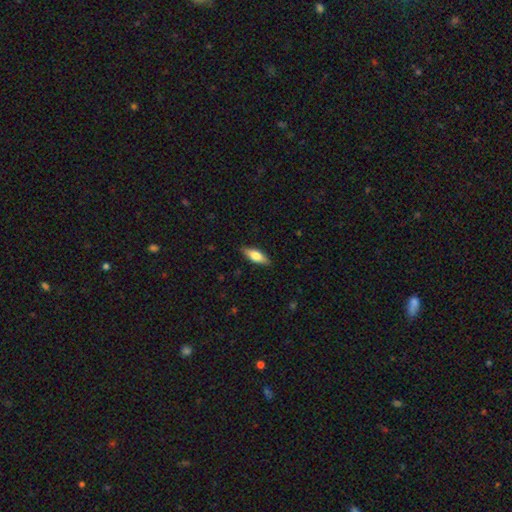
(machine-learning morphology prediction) Q: Smooth or featured?
A: smooth (67%); runner-up: featured or disk (27%)
Q: How rounded?
A: in between (67%); runner-up: cigar-shaped (31%)
Q: Merging?
A: none (88%); runner-up: minor disturbance (10%)